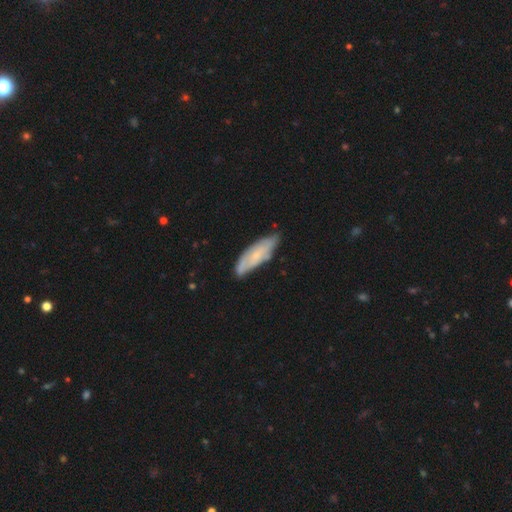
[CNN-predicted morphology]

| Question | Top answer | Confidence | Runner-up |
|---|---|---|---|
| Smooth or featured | smooth | 49% | featured or disk (45%) |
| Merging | none | 72% | minor disturbance (22%) |